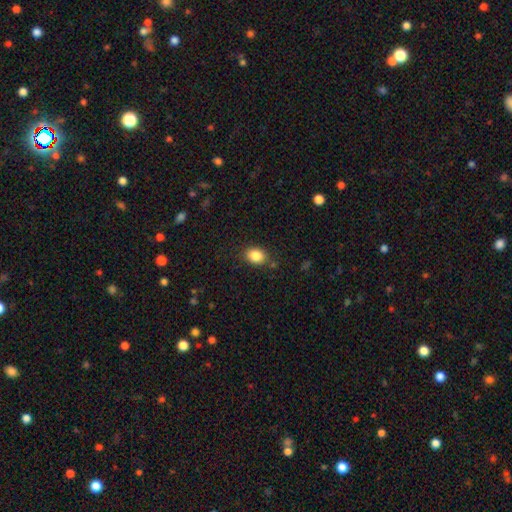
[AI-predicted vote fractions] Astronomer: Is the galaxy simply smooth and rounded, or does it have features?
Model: smooth — 86%.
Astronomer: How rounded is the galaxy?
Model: in between — 64%.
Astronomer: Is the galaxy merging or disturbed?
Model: none — 83%.